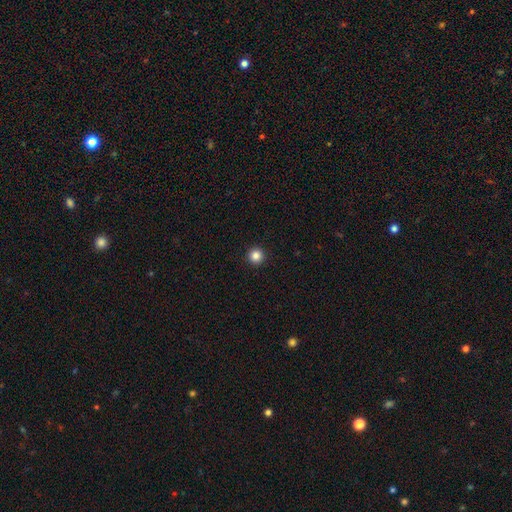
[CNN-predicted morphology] Q: Smooth or featured?
A: smooth (85%); runner-up: star or artifact (12%)
Q: How rounded?
A: round (96%); runner-up: in between (3%)
Q: Merging?
A: none (94%); runner-up: minor disturbance (4%)